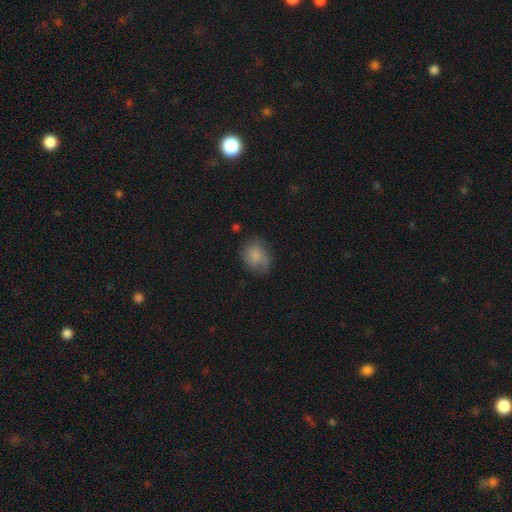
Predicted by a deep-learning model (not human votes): The model was most divided on "how rounded": round: 52%, in between: 47%, cigar-shaped: 1%. More confident: smooth or featured — smooth (74%); merging — none (61%).